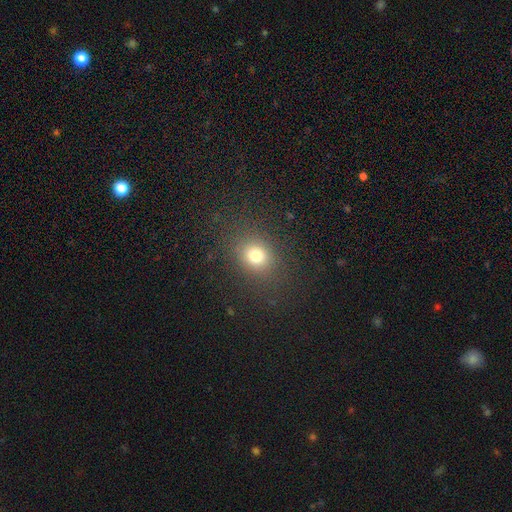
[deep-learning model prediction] Q: Smooth or featured?
A: smooth (75%); runner-up: star or artifact (17%)
Q: How rounded?
A: round (66%); runner-up: in between (33%)
Q: Merging?
A: none (84%); runner-up: minor disturbance (9%)